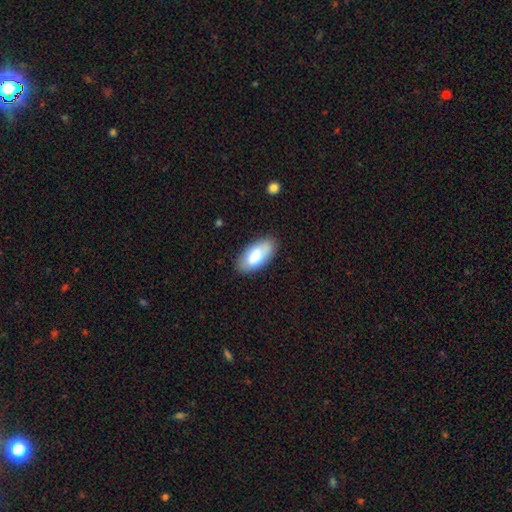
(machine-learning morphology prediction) Smooth or featured: smooth — 79% (featured or disk — 16%)
How rounded: in between — 92% (cigar-shaped — 6%)
Merging: none — 85% (minor disturbance — 11%)